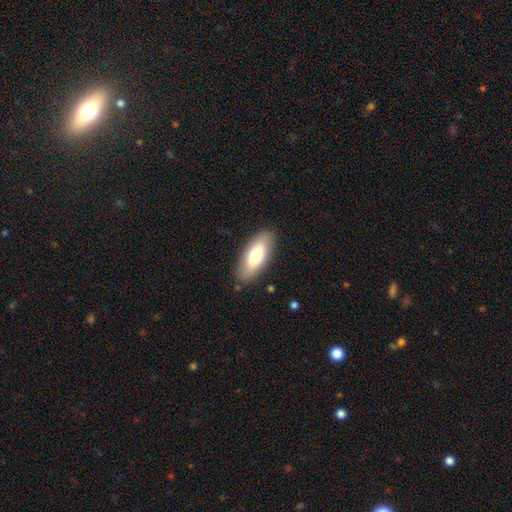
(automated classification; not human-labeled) smooth 74%, featured or disk 20%, star or artifact 6%. Down the decision tree: how rounded — in between (80%); merging — none (85%).